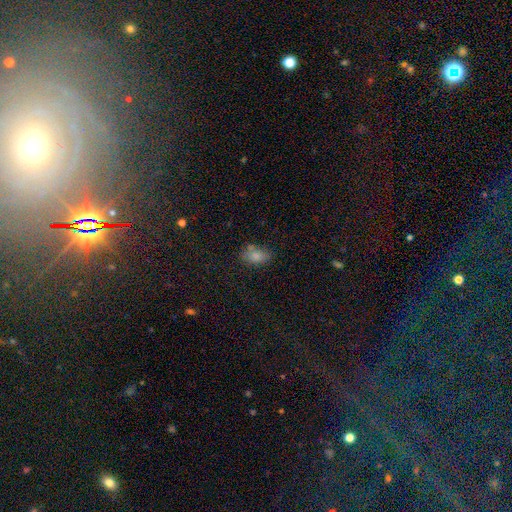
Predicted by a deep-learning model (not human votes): smooth 81%, star or artifact 10%, featured or disk 9%. Down the decision tree: how rounded — in between (87%); merging — none (65%).